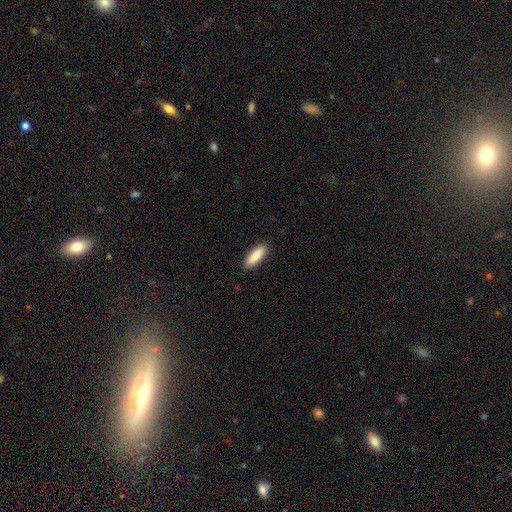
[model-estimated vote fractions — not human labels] This appears to be a smooth galaxy with no disk features (89%) that is in between round and cigar-shaped (56%). Merging: none (89%).